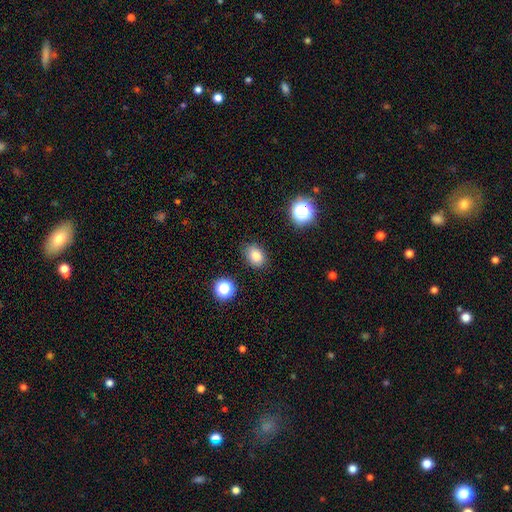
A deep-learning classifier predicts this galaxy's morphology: smooth_or_featured: smooth (p=0.81) [alt: star or artifact p=0.12]
how_rounded: in between (p=0.72) [alt: round p=0.27]
merging: none (p=0.84) [alt: minor disturbance p=0.11]